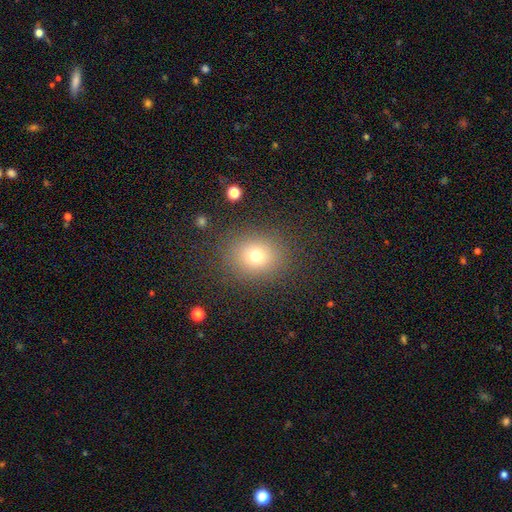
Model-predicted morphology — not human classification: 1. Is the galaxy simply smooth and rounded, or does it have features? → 72% smooth, 17% star or artifact, 11% featured or disk.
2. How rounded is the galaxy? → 75% round, 24% in between, 1% cigar-shaped.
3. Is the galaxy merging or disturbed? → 86% none, 9% minor disturbance, 4% major disturbance, 1% merger.